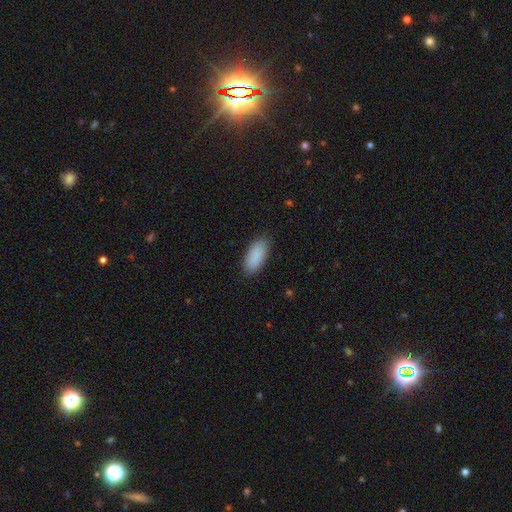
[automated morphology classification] Q: Smooth or featured?
A: smooth (90%); runner-up: star or artifact (6%)
Q: How rounded?
A: in between (87%); runner-up: cigar-shaped (11%)
Q: Merging?
A: none (86%); runner-up: minor disturbance (10%)